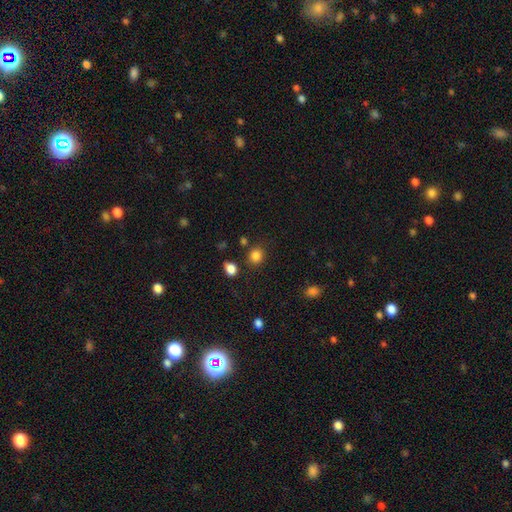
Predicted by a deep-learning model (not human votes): Smooth or featured: smooth — 84% (star or artifact — 12%)
How rounded: round — 74% (in between — 25%)
Merging: none — 80% (minor disturbance — 11%)